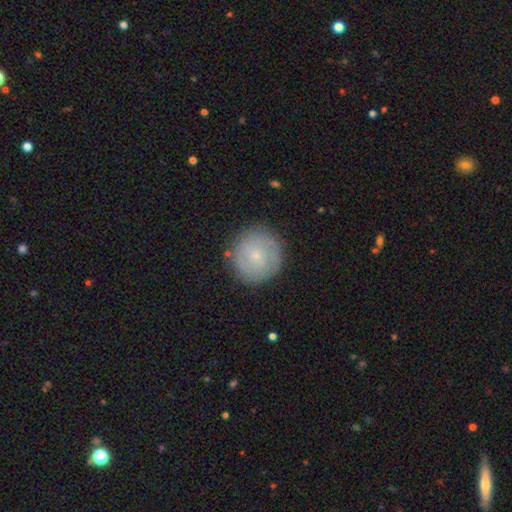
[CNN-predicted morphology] smooth 52%, featured or disk 40%, star or artifact 8%. Down the decision tree: how rounded — round (94%); merging — none (86%).